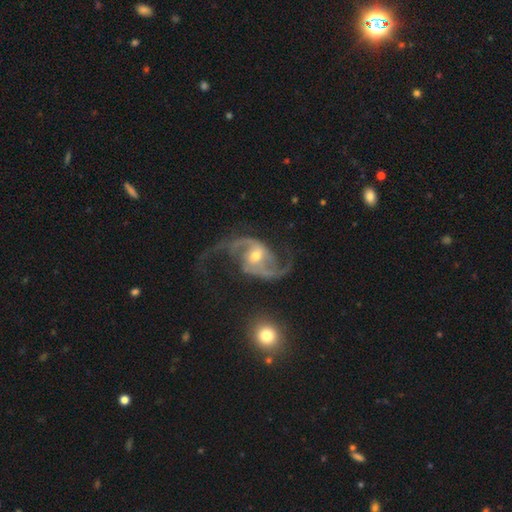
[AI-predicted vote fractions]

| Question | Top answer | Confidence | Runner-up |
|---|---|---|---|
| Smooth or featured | featured or disk | 93% | star or artifact (4%) |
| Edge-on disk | no | 98% | yes (2%) |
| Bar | no | 38% | tied: weak (38%) |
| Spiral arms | yes | 98% | no (2%) |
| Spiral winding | loose | 53% | medium (38%) |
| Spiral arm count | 2 | 93% | can't tell (2%) |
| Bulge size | moderate | 55% | small (40%) |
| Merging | none | 70% | minor disturbance (15%) |